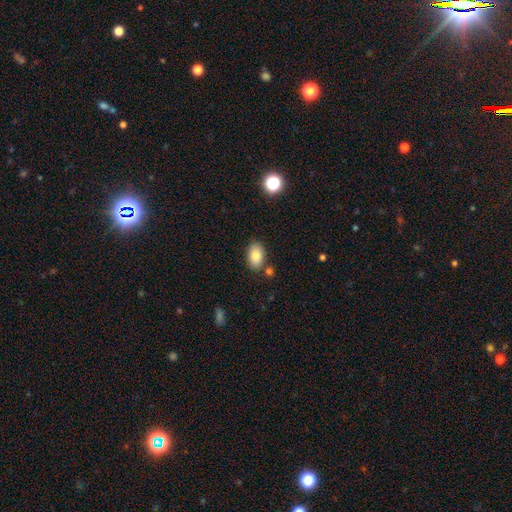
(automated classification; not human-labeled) Smooth or featured?
  - smooth: 83% *
  - featured or disk: 9%
  - star or artifact: 8%
How rounded?
  - in between: 91% *
  - round: 7%
  - cigar-shaped: 1%
Merging?
  - none: 81% *
  - minor disturbance: 11%
  - merger: 6%
  - major disturbance: 3%